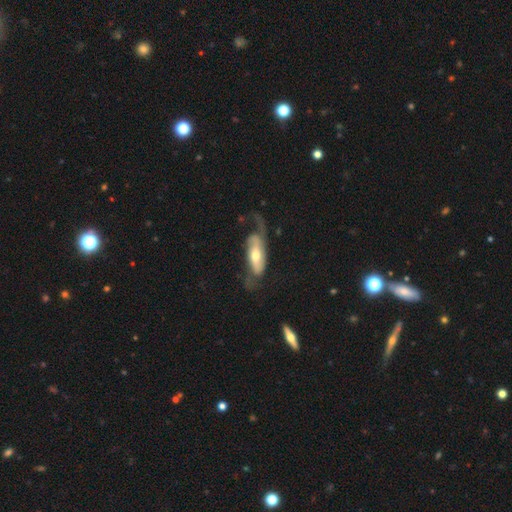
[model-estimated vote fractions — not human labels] featured or disk 71%, smooth 24%, star or artifact 5%. Down the decision tree: edge-on disk — no (84%); bar — no (46%); spiral arms — yes (88%); spiral arm count — 2 (72%); spiral winding — loose (55%); bulge size — moderate (66%); merging — none (44%).